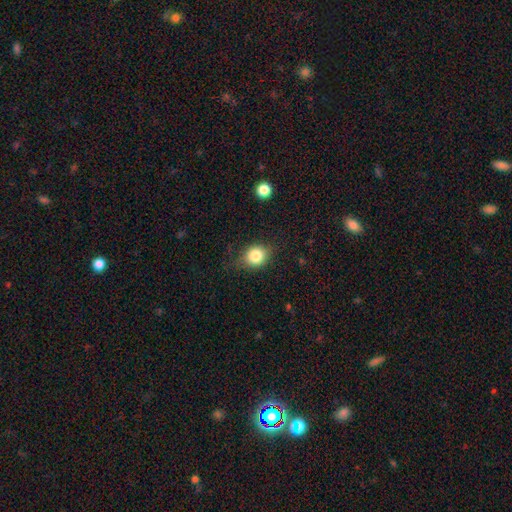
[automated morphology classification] smooth 81%, star or artifact 10%, featured or disk 9%. Down the decision tree: how rounded — round (62%); merging — none (73%).